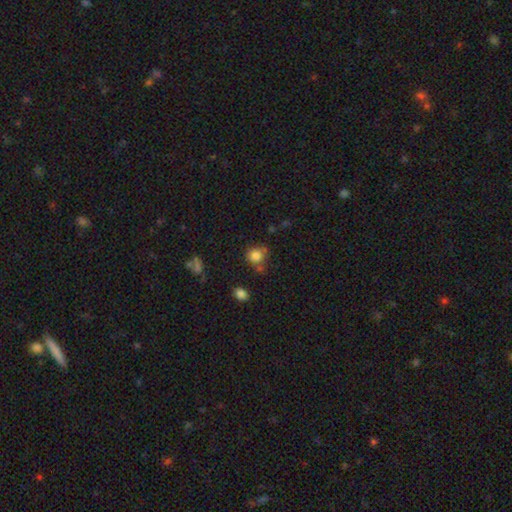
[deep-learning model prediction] A smooth galaxy with no disk features (82%) that is round (86%). Merging: none (68%).